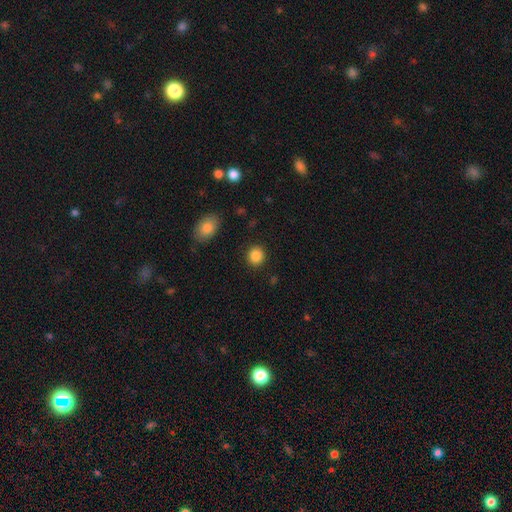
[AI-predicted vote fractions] This is clearly a smooth galaxy (86%). How rounded: clearly round (85%). Merging: clearly none (90%).